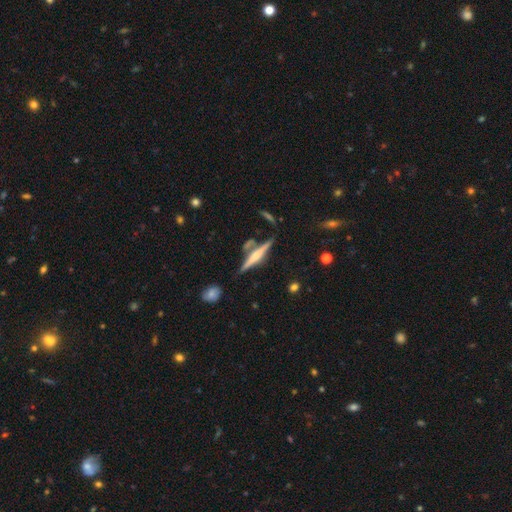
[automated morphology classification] Smooth or featured? Predicted: featured or disk (p=0.68). Edge-on disk? Predicted: yes (p=0.97). Edge-on bulge? Predicted: rounded (p=0.62). Merging? Predicted: none (p=0.72).